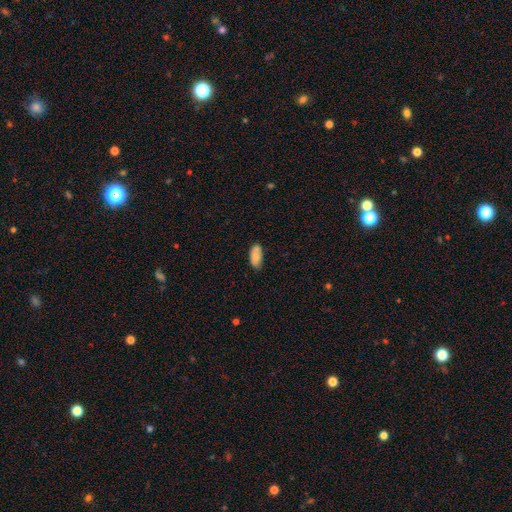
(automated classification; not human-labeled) Q: Smooth or featured?
A: smooth (81%); runner-up: featured or disk (12%)
Q: How rounded?
A: in between (91%); runner-up: cigar-shaped (7%)
Q: Merging?
A: none (69%); runner-up: minor disturbance (20%)